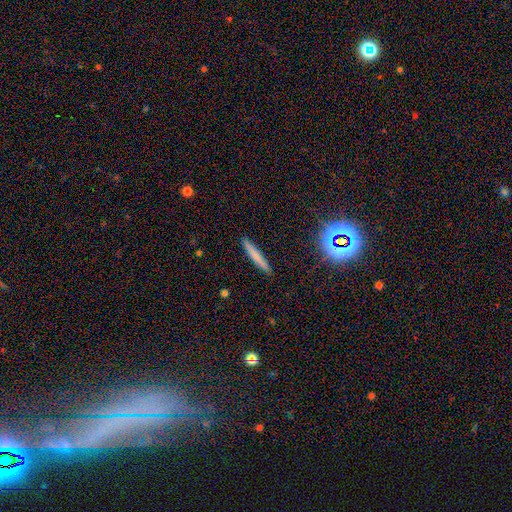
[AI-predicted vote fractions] This appears to be a smooth galaxy with no disk features (69%) that is cigar-shaped (95%). Merging: none (91%).